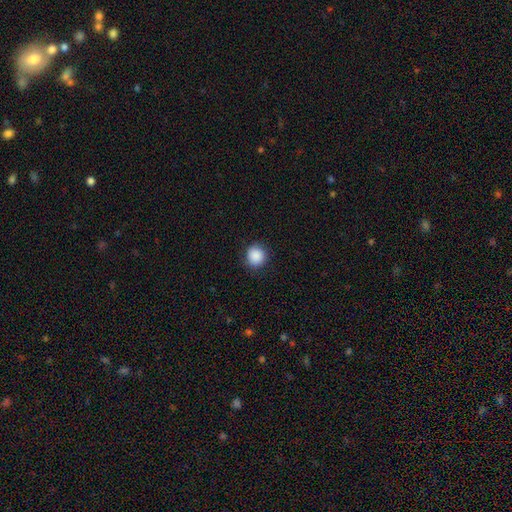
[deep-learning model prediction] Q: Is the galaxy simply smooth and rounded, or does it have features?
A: smooth — 89%.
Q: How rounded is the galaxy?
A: round — 89%.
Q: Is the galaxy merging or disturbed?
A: none — 88%.